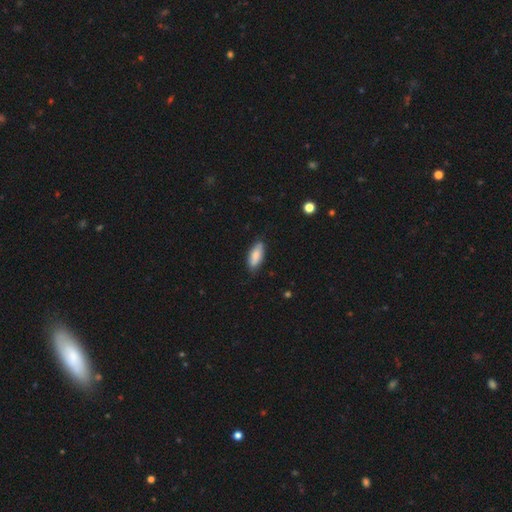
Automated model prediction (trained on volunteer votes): A smooth galaxy with no disk features (81%) that is in between round and cigar-shaped (77%).

Vote fractions:
- Smooth or featured? smooth: 81% / featured or disk: 13% / star or artifact: 6%
- How rounded? in between: 77% / cigar-shaped: 21% / round: 2%
- Merging? none: 80% / minor disturbance: 16% / major disturbance: 2% / merger: 1%